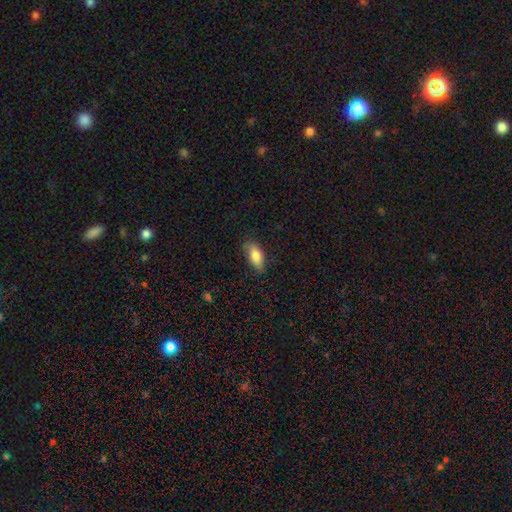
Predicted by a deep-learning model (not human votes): A smooth galaxy with no disk features (80%) that is in between round and cigar-shaped (83%). Merging: none (78%).